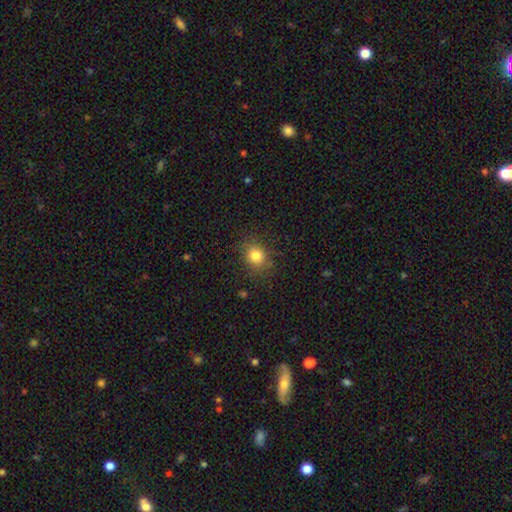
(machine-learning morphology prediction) type=smooth (80%); roundness=round (72%); merging=none (82%).